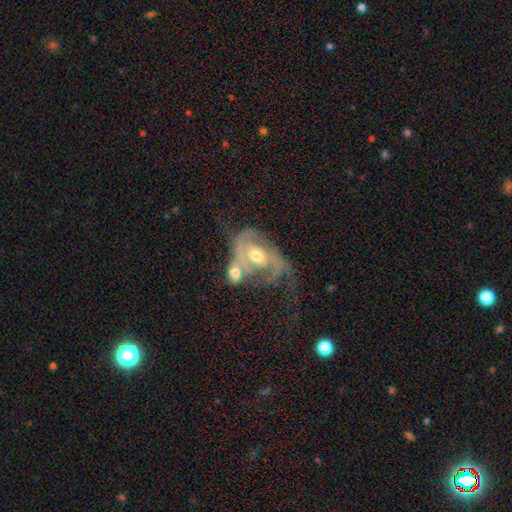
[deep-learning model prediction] The model was most divided on "merging": merger: 35%, major disturbance: 26%, none: 24%, minor disturbance: 15%. Remaining: edge-on disk — no (96%); spiral arms — yes (89%); smooth or featured — featured or disk (82%); bulge size — moderate (71%); bar — no (58%); spiral arm count — 2 (57%); spiral winding — medium (42%).